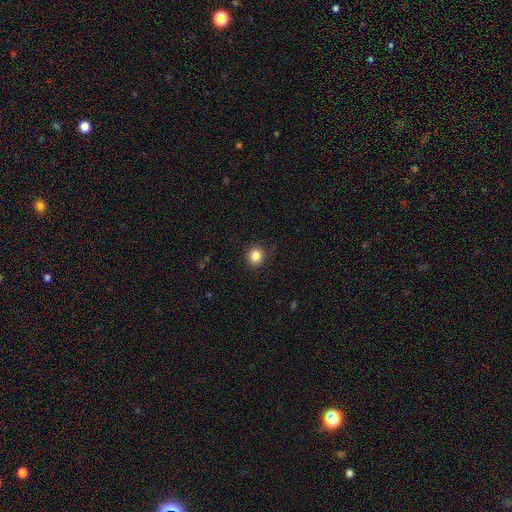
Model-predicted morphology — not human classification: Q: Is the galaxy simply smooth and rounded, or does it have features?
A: smooth — 84%.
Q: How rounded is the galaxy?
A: round — 90%.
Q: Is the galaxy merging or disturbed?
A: none — 87%.